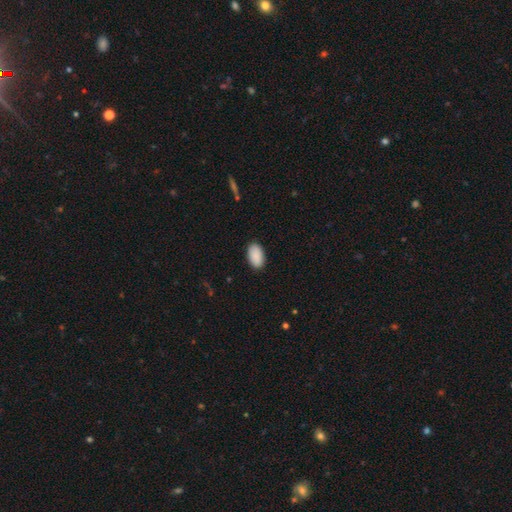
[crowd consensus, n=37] This is clearly a smooth galaxy (89%). How rounded: clearly in between (97%). Merging: clearly none (86%).